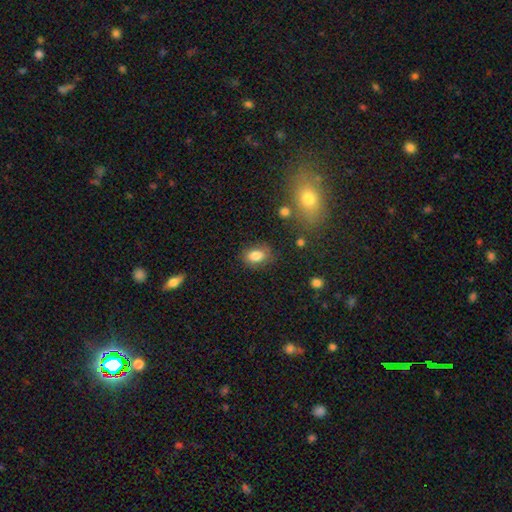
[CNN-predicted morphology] smooth_or_featured: smooth (p=0.84) [alt: star or artifact p=0.09]
how_rounded: in between (p=0.77) [alt: round p=0.22]
merging: none (p=0.75) [alt: minor disturbance p=0.17]